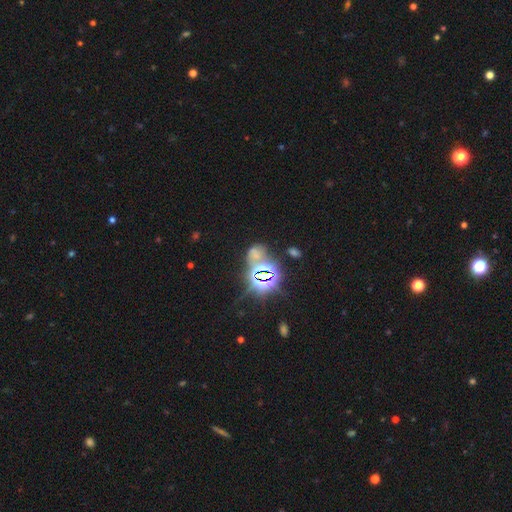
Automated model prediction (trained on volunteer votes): smooth_or_featured: star or artifact (p=0.63) [alt: smooth p=0.25]